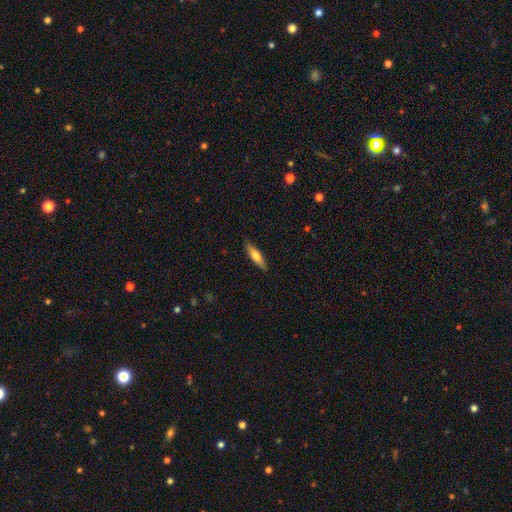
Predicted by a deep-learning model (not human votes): Smooth or featured?
  - smooth: 66% *
  - featured or disk: 28%
  - star or artifact: 6%
How rounded?
  - cigar-shaped: 71% *
  - in between: 28%
  - round: 2%
Merging?
  - none: 88% *
  - minor disturbance: 9%
  - major disturbance: 2%
  - merger: 1%